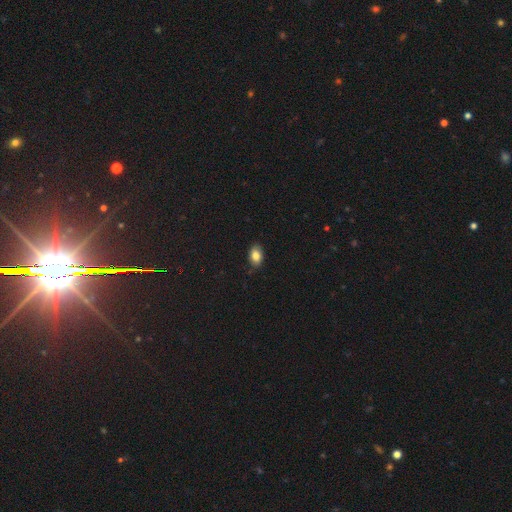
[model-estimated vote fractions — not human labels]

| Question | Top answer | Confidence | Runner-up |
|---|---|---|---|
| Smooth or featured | smooth | 83% | featured or disk (9%) |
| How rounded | in between | 88% | round (10%) |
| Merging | none | 84% | minor disturbance (13%) |